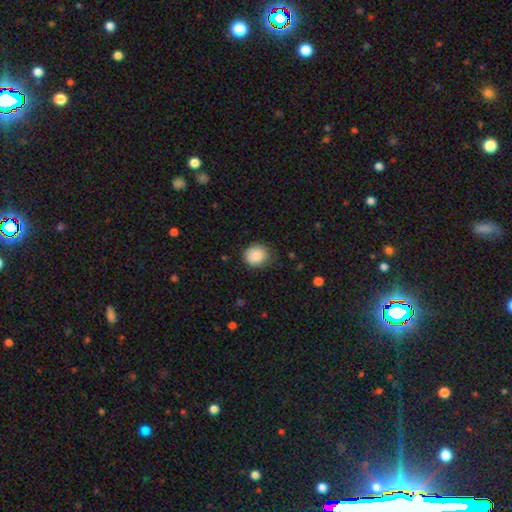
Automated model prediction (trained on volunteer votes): A smooth galaxy with no disk features (86%) that is round (84%). Merging: none (77%).